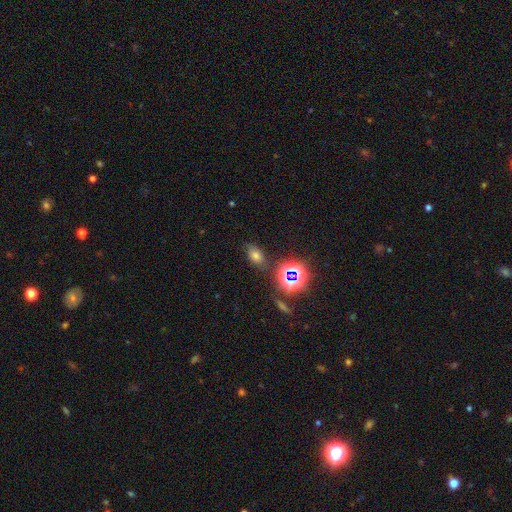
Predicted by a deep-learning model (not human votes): Smooth or featured? Predicted: smooth (p=0.59). How rounded? Predicted: in between (p=0.81). Merging? Predicted: none (p=0.75).